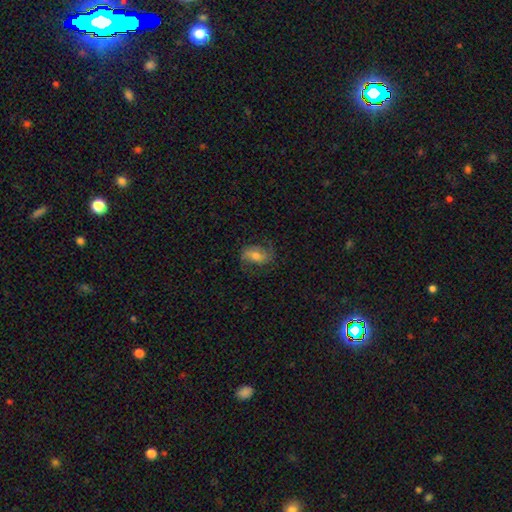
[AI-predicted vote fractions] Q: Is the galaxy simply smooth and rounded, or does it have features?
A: featured or disk — 55%.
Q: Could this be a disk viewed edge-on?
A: no — 95%.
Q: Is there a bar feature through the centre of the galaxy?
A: no — 45%.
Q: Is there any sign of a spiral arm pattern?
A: yes — 87%.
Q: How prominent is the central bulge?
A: moderate — 61%.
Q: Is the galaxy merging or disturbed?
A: none — 68%.